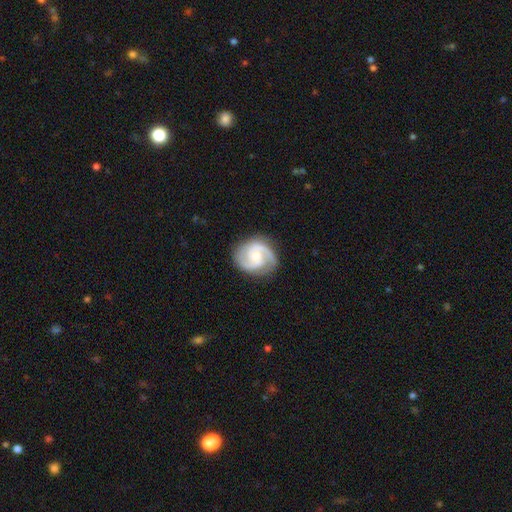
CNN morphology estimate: Smooth or featured? Predicted: featured or disk (p=0.86). Edge-on disk? Predicted: no (p=0.98). Bar? Predicted: no (p=0.57). Spiral arms? Predicted: yes (p=0.97). Spiral winding? Predicted: medium (p=0.52). Spiral arm count? Predicted: 2 (p=0.87). Bulge size? Predicted: moderate (p=0.52). Merging? Predicted: none (p=0.82).